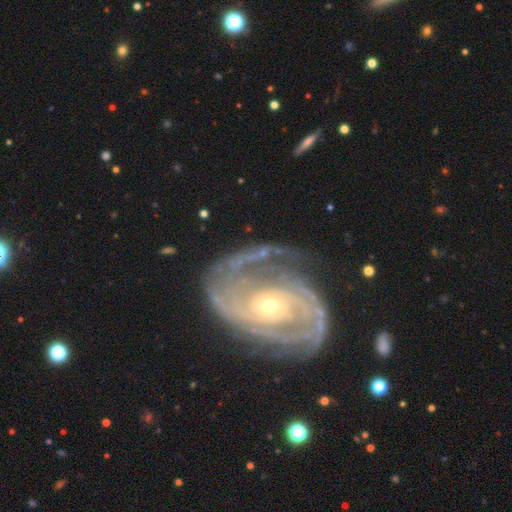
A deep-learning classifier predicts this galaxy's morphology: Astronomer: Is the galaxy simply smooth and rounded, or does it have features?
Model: featured or disk — 91%.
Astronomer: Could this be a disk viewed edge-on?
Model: no — 97%.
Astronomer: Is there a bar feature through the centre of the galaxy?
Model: no — 72%.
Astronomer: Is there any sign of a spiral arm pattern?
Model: yes — 98%.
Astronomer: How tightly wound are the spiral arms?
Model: tight — 67%.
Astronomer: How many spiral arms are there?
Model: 2 — 46%.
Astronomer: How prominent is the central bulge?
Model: small — 72%.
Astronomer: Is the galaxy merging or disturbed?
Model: none — 68%.